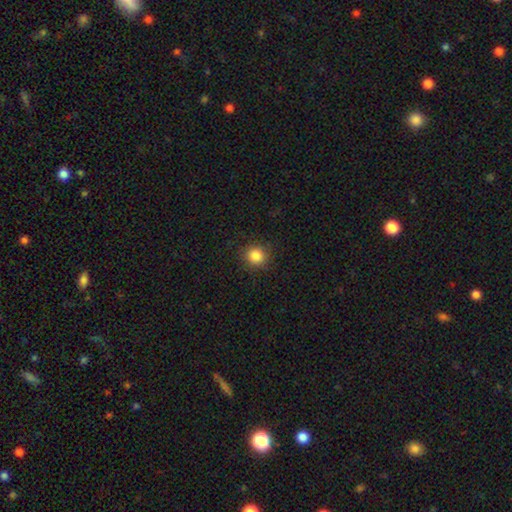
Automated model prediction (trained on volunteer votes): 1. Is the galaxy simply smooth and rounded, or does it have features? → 85% smooth, 11% star or artifact, 4% featured or disk.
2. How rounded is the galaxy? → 90% round, 9% in between, 1% cigar-shaped.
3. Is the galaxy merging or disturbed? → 90% none, 7% minor disturbance, 2% major disturbance, 1% merger.